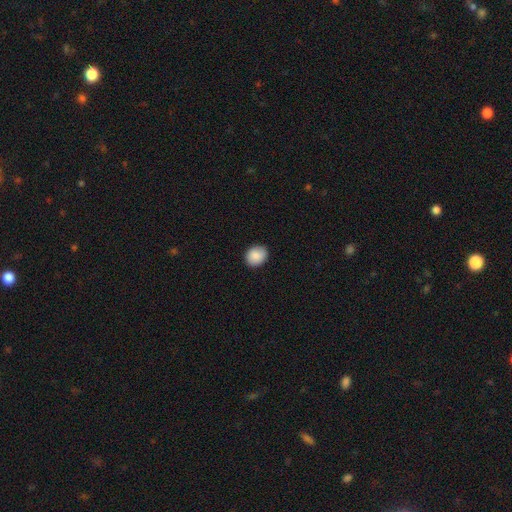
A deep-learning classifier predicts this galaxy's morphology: Smooth or featured: smooth — 88% (star or artifact — 8%)
How rounded: round — 62% (in between — 37%)
Merging: none — 89% (minor disturbance — 8%)